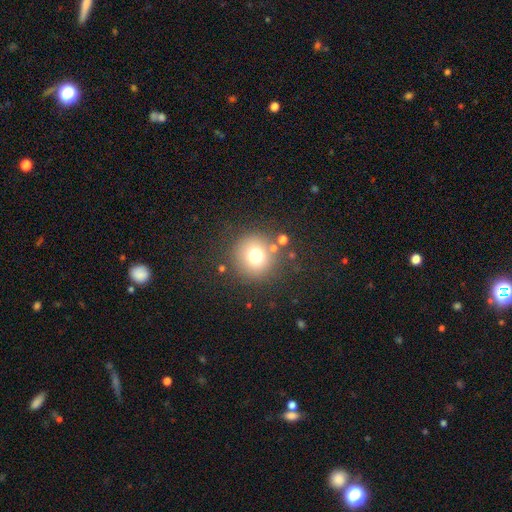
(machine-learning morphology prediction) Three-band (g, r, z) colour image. It shows a smooth galaxy with no disk features (72%) that is round (94%). Merging: none (81%).